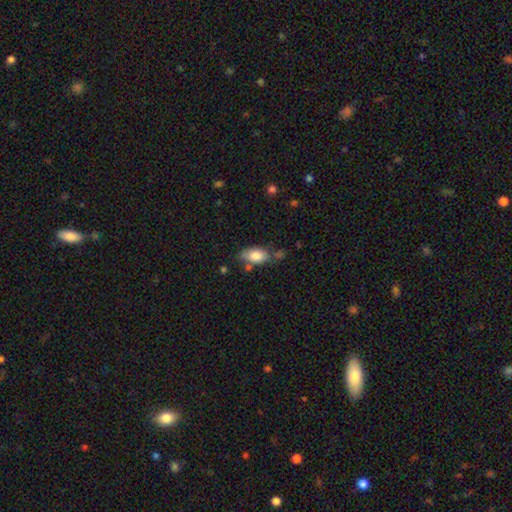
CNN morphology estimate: This is clearly a smooth galaxy (81%). How rounded: clearly in between (90%). Merging: likely none (60%).